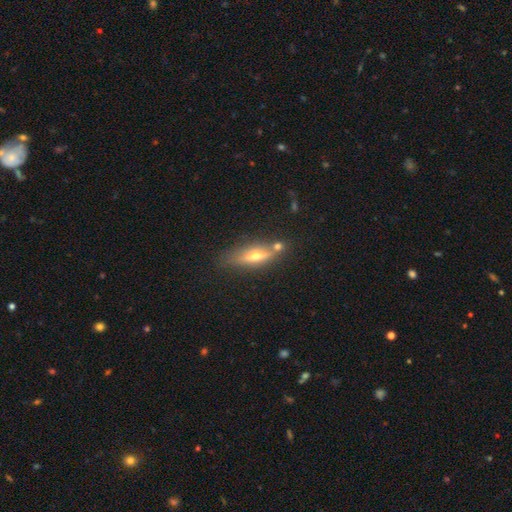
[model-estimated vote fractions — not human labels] Smooth or featured?
  - featured or disk: 57% *
  - smooth: 34%
  - star or artifact: 9%
Edge-on disk?
  - yes: 87% *
  - no: 13%
Merging?
  - none: 70% *
  - minor disturbance: 14%
  - merger: 11%
  - major disturbance: 5%